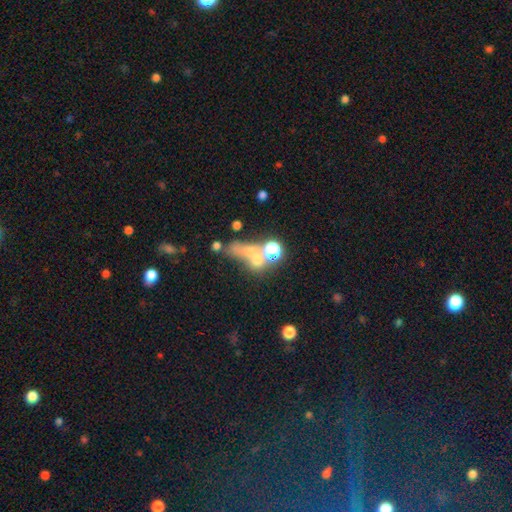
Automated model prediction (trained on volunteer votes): A smooth galaxy with no disk features (47%).

Vote fractions:
- Smooth or featured? smooth: 47% / star or artifact: 28% / featured or disk: 26%
- Merging? merger: 44% / none: 30% / major disturbance: 15% / minor disturbance: 11%